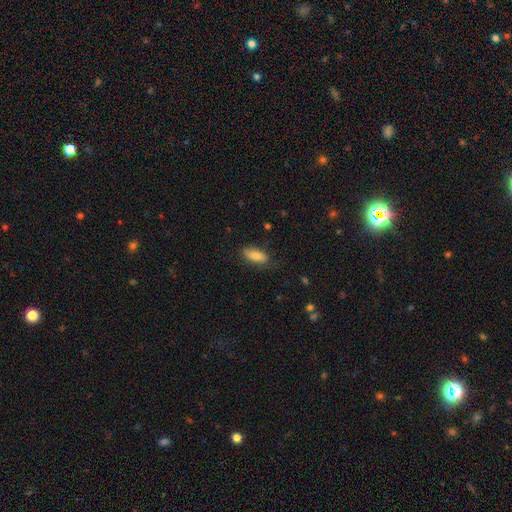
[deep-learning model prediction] Q: Smooth or featured?
A: smooth (81%); runner-up: featured or disk (12%)
Q: How rounded?
A: in between (81%); runner-up: cigar-shaped (16%)
Q: Merging?
A: none (77%); runner-up: minor disturbance (18%)